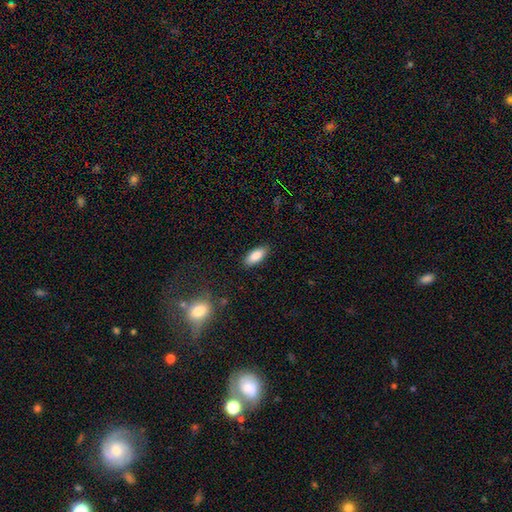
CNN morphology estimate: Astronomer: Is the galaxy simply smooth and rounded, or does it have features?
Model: smooth — 85%.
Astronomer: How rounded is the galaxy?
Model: in between — 83%.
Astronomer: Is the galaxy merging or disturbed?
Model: none — 88%.